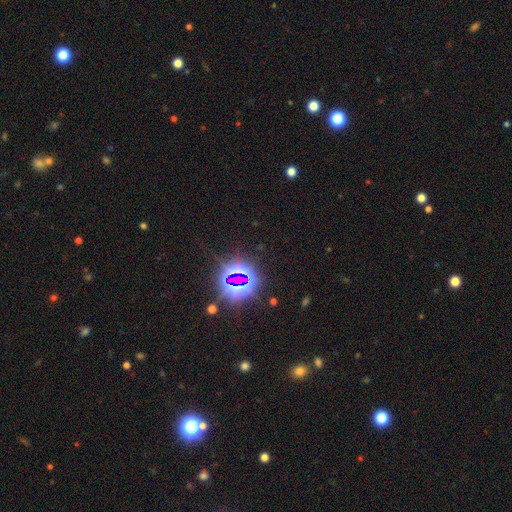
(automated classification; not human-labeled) Q: Smooth or featured?
A: star or artifact (80%); runner-up: smooth (12%)